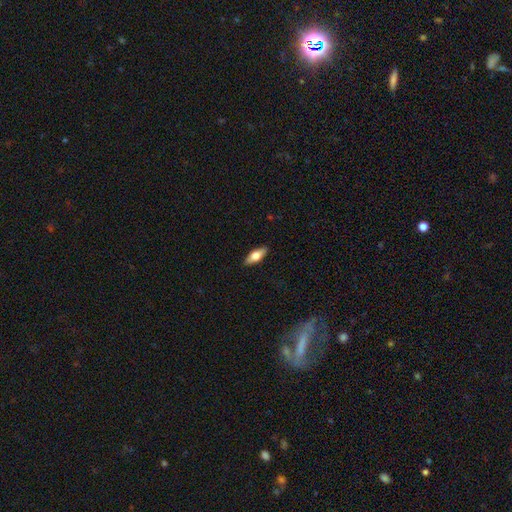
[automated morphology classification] Smooth or featured: smooth — 59% (featured or disk — 35%)
How rounded: in between — 65% (cigar-shaped — 33%)
Merging: none — 89% (minor disturbance — 8%)